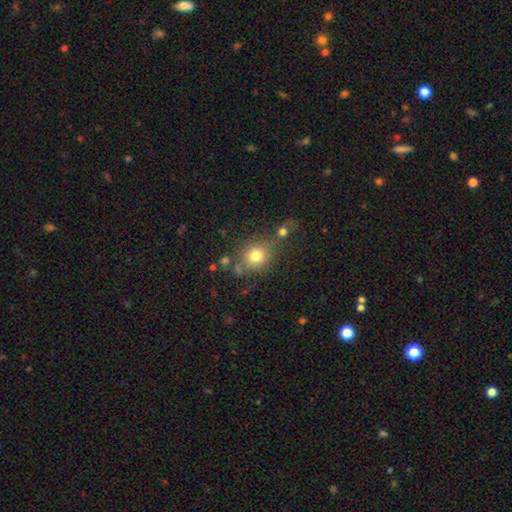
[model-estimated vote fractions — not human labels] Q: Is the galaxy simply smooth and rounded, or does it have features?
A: smooth — 77%.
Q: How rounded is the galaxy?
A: round — 80%.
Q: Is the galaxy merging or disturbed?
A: none — 64%.